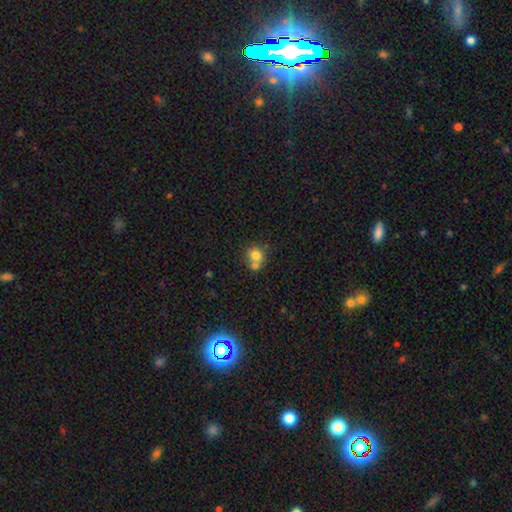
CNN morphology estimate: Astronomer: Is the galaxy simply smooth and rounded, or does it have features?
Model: smooth — 76%.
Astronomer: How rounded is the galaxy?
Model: round — 83%.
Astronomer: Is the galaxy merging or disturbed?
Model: merger — 46% (runner-up: none, 42%).